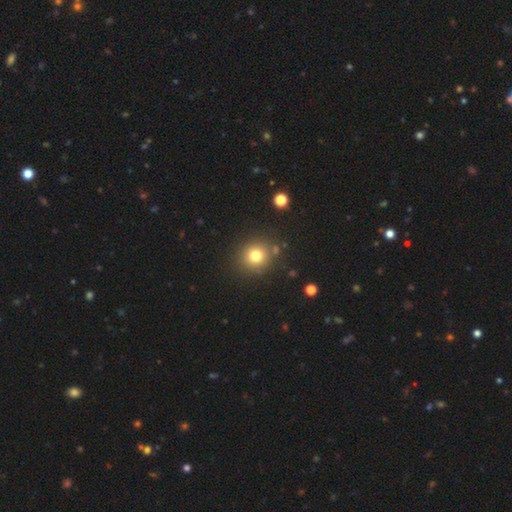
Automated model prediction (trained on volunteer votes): Smooth or featured?
  - smooth: 77% *
  - star or artifact: 14%
  - featured or disk: 8%
How rounded?
  - round: 90% *
  - in between: 9%
  - cigar-shaped: 1%
Merging?
  - none: 84% *
  - minor disturbance: 8%
  - merger: 5%
  - major disturbance: 3%